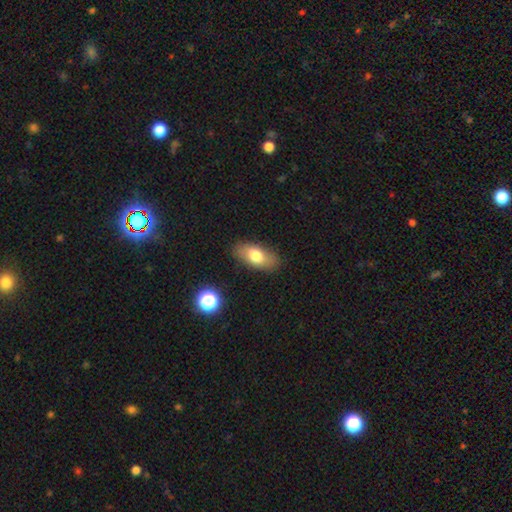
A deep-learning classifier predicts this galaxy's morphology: This is likely a smooth galaxy (73%). How rounded: clearly in between (88%). Merging: clearly none (85%).